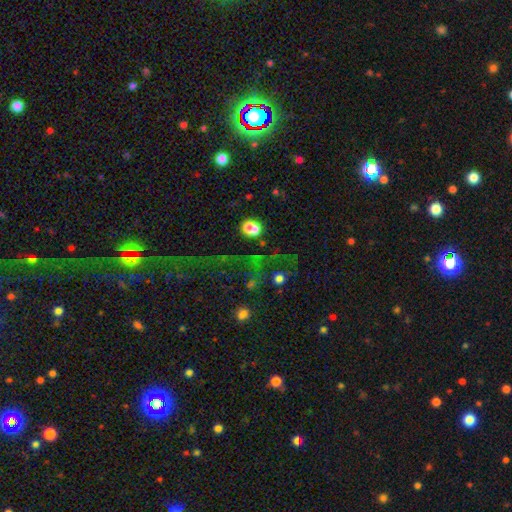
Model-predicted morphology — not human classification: Smooth or featured? Predicted: star or artifact (p=0.63).